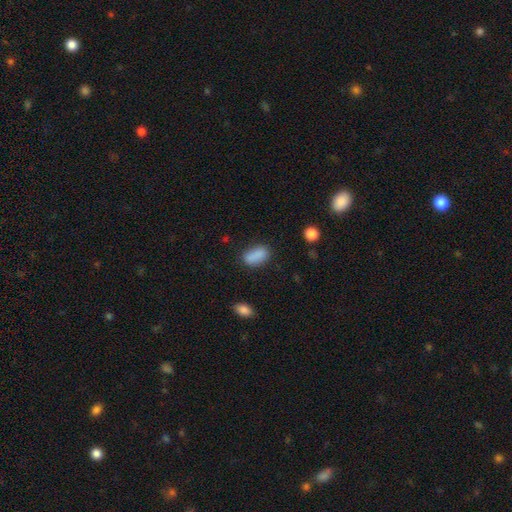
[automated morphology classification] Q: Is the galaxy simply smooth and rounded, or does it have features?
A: smooth — 86%.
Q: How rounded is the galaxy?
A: in between — 90%.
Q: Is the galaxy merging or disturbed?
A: none — 73%.